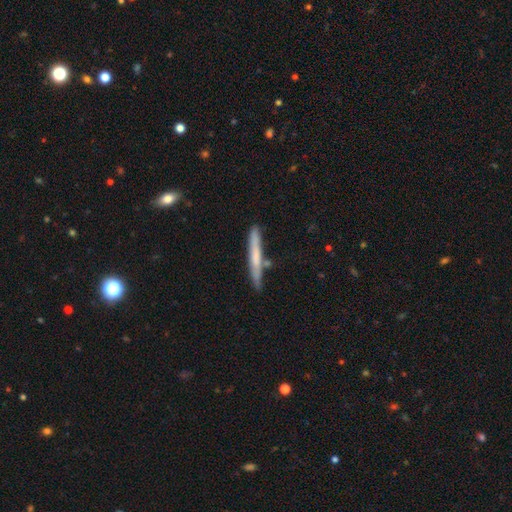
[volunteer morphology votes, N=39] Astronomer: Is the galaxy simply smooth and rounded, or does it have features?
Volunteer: featured or disk — 49% (runner-up: smooth, 41%).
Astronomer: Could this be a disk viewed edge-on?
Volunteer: yes — 84%.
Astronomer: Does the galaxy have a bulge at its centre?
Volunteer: none — 56% (runner-up: boxy, 38%).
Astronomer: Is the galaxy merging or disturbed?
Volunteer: none — 80%.